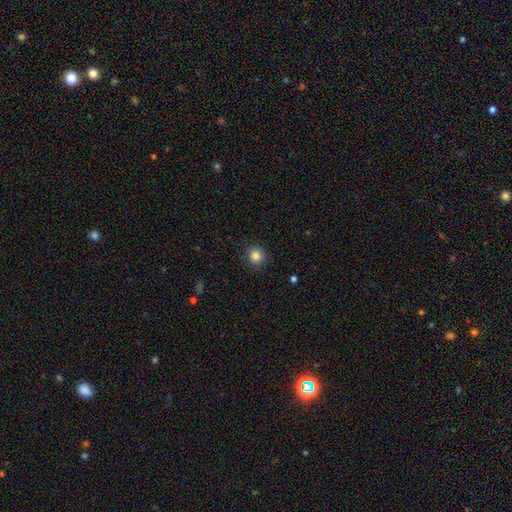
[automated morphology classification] type=smooth (84%); roundness=round (92%); merging=none (89%).